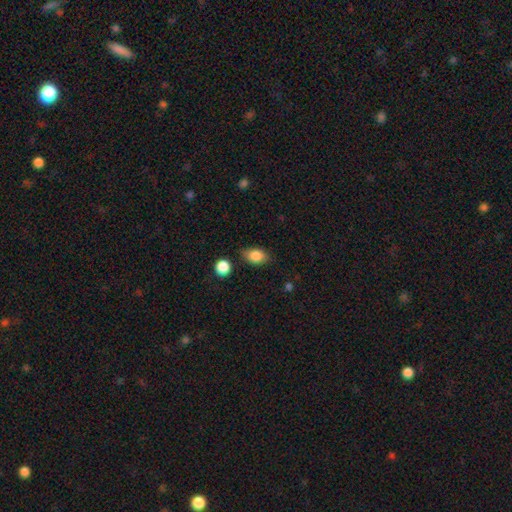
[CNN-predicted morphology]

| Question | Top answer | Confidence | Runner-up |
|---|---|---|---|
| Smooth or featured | smooth | 85% | star or artifact (8%) |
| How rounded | in between | 79% | round (19%) |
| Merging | none | 74% | minor disturbance (19%) |